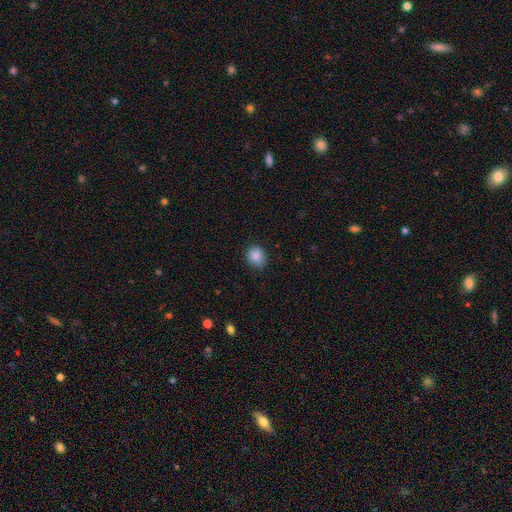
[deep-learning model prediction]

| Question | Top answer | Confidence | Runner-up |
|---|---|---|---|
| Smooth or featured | smooth | 87% | star or artifact (9%) |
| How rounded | round | 75% | in between (25%) |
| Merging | none | 86% | minor disturbance (11%) |